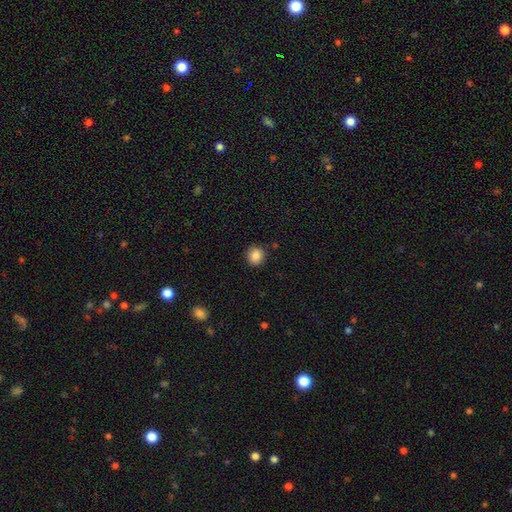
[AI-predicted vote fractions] The model was most divided on "how rounded": round: 84%, in between: 15%, cigar-shaped: 1%. More confident: merging — none (87%); smooth or featured — smooth (86%).